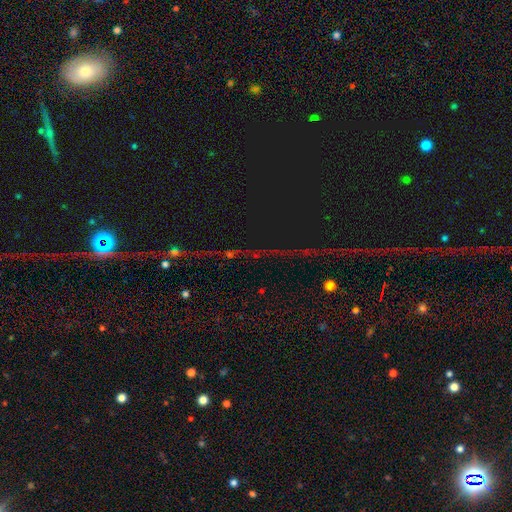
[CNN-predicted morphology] Overall: star or artifact (76%).